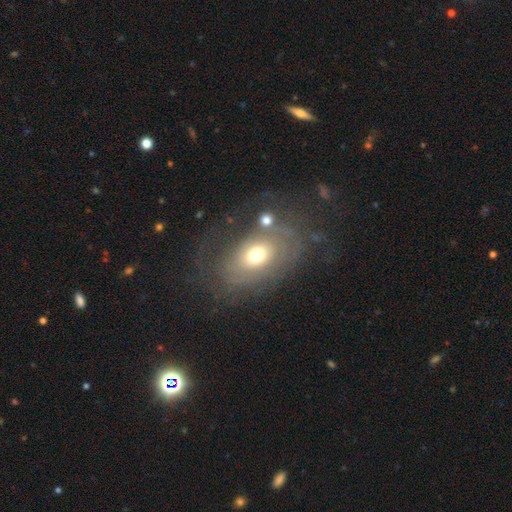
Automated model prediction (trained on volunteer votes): Smooth or featured?
  - featured or disk: 55% *
  - smooth: 35%
  - star or artifact: 10%
Edge-on disk?
  - no: 93% *
  - yes: 7%
Bar?
  - no: 84% *
  - weak: 13%
  - strong: 3%
Spiral arms?
  - yes: 53% *
  - no: 47%
Bulge size?
  - moderate: 70% *
  - small: 15%
  - large: 12%
  - dominant: 2%
  - none: 1%
Merging?
  - none: 55% *
  - major disturbance: 20%
  - minor disturbance: 20%
  - merger: 5%